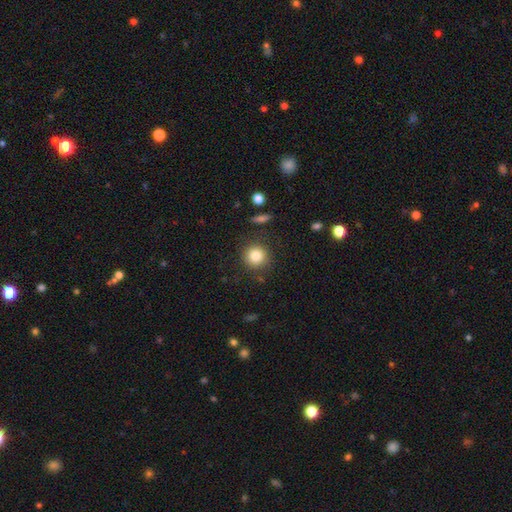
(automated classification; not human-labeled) Overall: smooth (83%). How rounded: round (92%). Merging: none (88%).